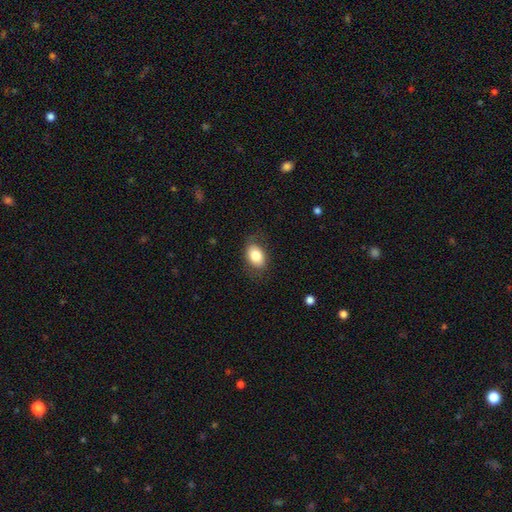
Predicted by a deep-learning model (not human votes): smooth 80%, featured or disk 12%, star or artifact 7%. Down the decision tree: how rounded — in between (83%); merging — none (79%).